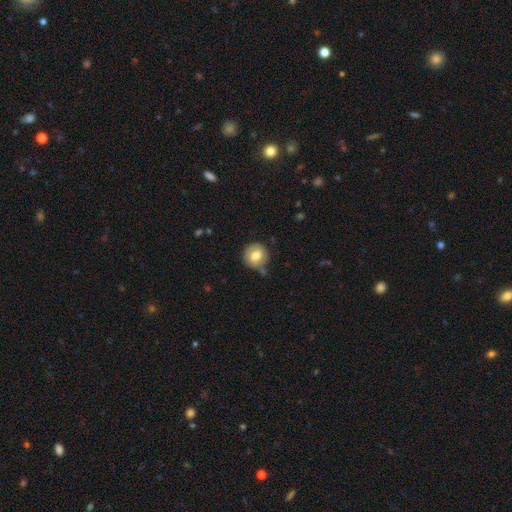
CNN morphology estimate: Overall: smooth (70%). How rounded: round (87%). Merging: none (75%).